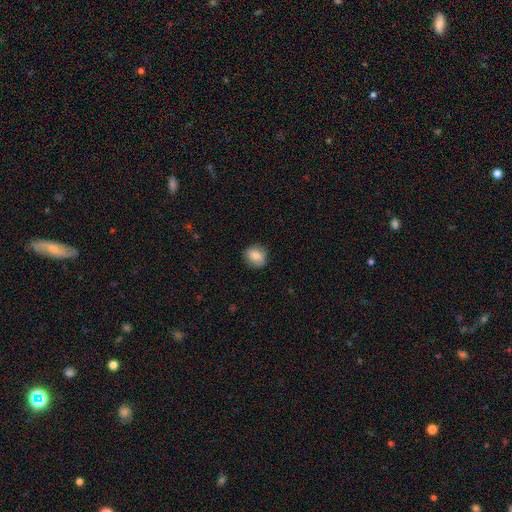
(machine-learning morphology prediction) Smooth or featured?
  - smooth: 78% *
  - featured or disk: 13%
  - star or artifact: 8%
How rounded?
  - round: 72% *
  - in between: 27%
  - cigar-shaped: 1%
Merging?
  - none: 85% *
  - minor disturbance: 12%
  - major disturbance: 3%
  - merger: 1%